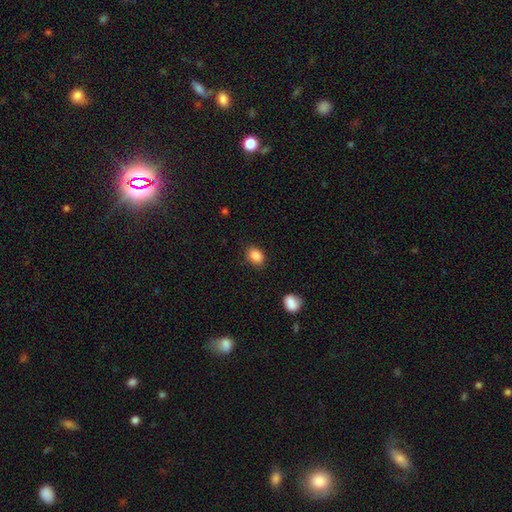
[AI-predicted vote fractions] Smooth or featured: smooth — 88% (star or artifact — 9%)
How rounded: in between — 70% (round — 29%)
Merging: none — 83% (minor disturbance — 12%)